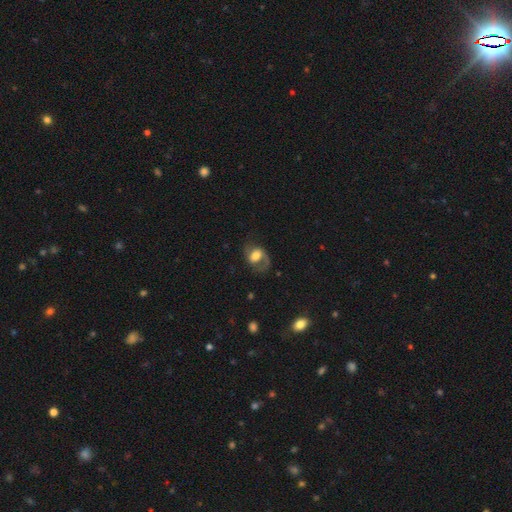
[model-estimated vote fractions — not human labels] smooth-or-featured: featured or disk: 63% | smooth: 30% | star or artifact: 7%
  disk-edge-on: no: 96% | yes: 4%
    bar: no: 42% | weak: 40% | strong: 19%
    has-spiral-arms: yes: 84% | no: 16%
      spiral-winding: medium: 46% | loose: 38% | tight: 16%
      spiral-arm-count: 2: 72% | 1: 20% | can't tell: 5% | 3: 1% | 4: 1% | more than 4: 1%
    bulge-size: moderate: 46% | large: 35% | small: 11% | dominant: 5% | none: 3%
  merging: none: 59% | major disturbance: 20% | minor disturbance: 19% | merger: 2%